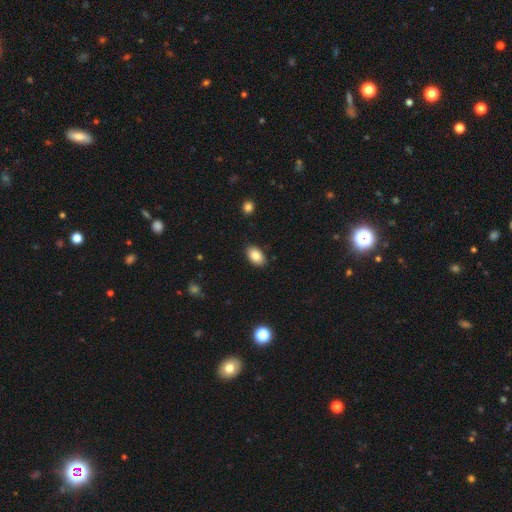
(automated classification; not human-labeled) A smooth galaxy with no disk features (86%) that is in between round and cigar-shaped (91%). Merging: none (88%).